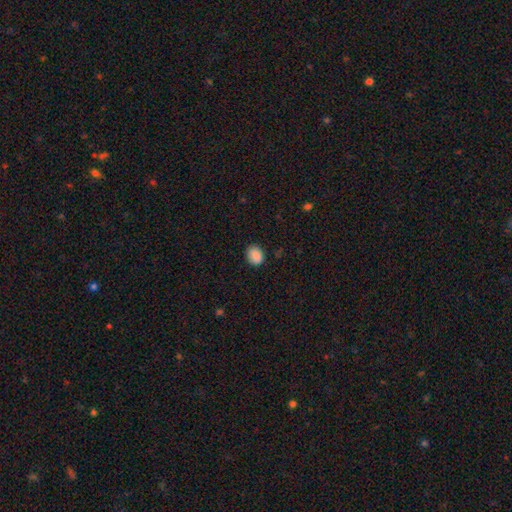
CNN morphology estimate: A smooth galaxy with no disk features (88%) that is round (52%). Merging: none (83%).